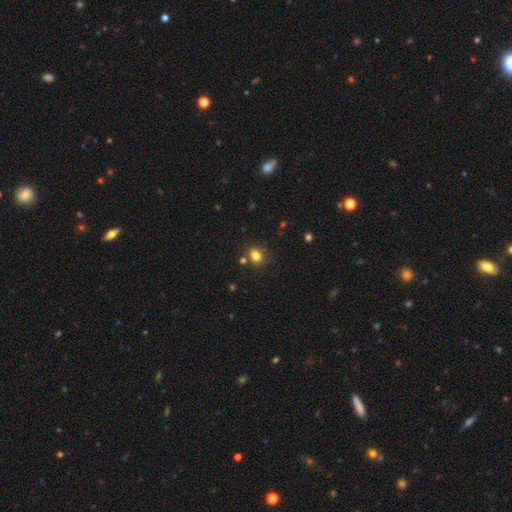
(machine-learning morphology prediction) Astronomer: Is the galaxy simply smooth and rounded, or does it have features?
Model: smooth — 81%.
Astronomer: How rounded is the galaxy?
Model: round — 59% (runner-up: in between, 40%).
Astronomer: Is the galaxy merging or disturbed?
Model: none — 77%.